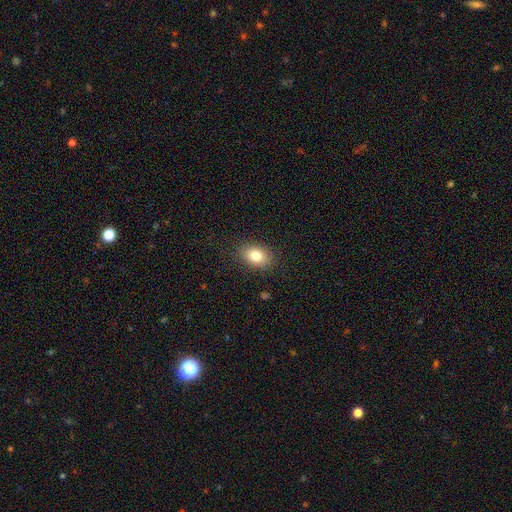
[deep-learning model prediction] A smooth galaxy with no disk features (81%) that is in between round and cigar-shaped (75%).

Vote fractions:
- Smooth or featured? smooth: 81% / featured or disk: 10% / star or artifact: 9%
- How rounded? in between: 75% / round: 23% / cigar-shaped: 1%
- Merging? none: 86% / minor disturbance: 10% / major disturbance: 3% / merger: 1%